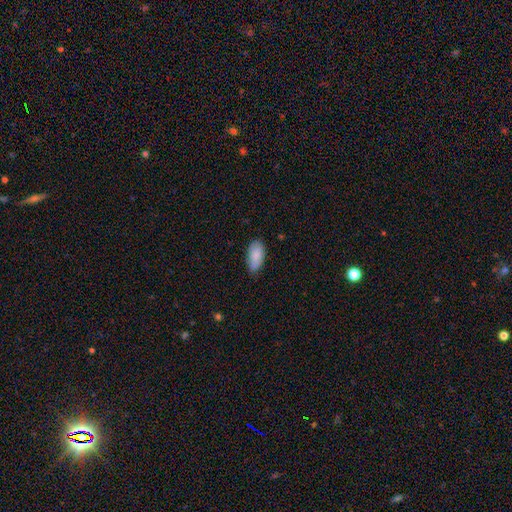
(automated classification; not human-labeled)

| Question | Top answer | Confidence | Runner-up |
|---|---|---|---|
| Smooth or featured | smooth | 86% | featured or disk (8%) |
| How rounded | in between | 92% | cigar-shaped (5%) |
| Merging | none | 73% | minor disturbance (22%) |